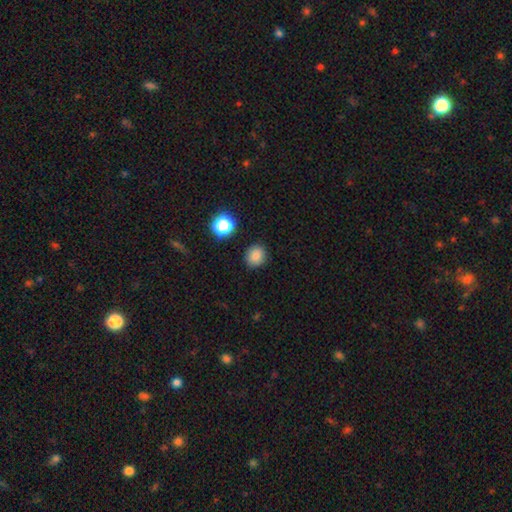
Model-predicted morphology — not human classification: A smooth galaxy with no disk features (84%) that is round (81%).

Vote fractions:
- Smooth or featured? smooth: 84% / star or artifact: 12% / featured or disk: 4%
- How rounded? round: 81% / in between: 19% / cigar-shaped: 1%
- Merging? none: 88% / minor disturbance: 8% / major disturbance: 3% / merger: 2%